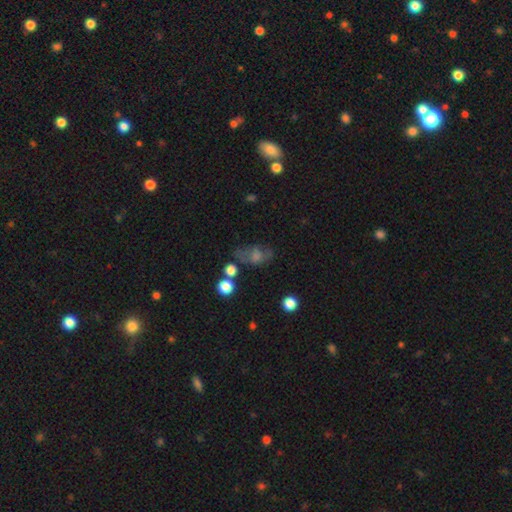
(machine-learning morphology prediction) smooth 43%, featured or disk 32%, star or artifact 25%. Down the decision tree: merging — none (52%).